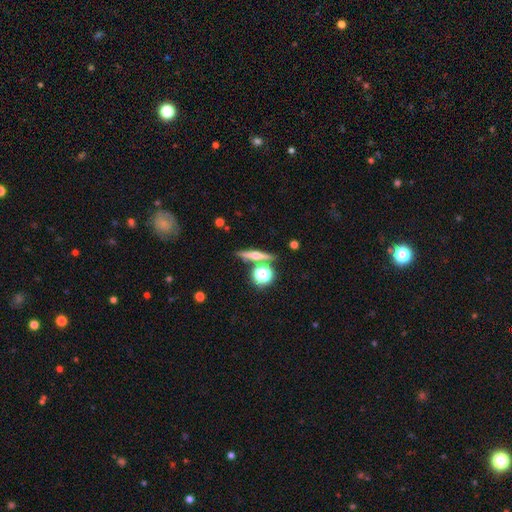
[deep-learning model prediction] The model was most divided on "smooth or featured": featured or disk: 57%, smooth: 30%, star or artifact: 13%. More confident: edge-on disk — yes (94%); edge-on bulge — rounded (89%); merging — none (80%).